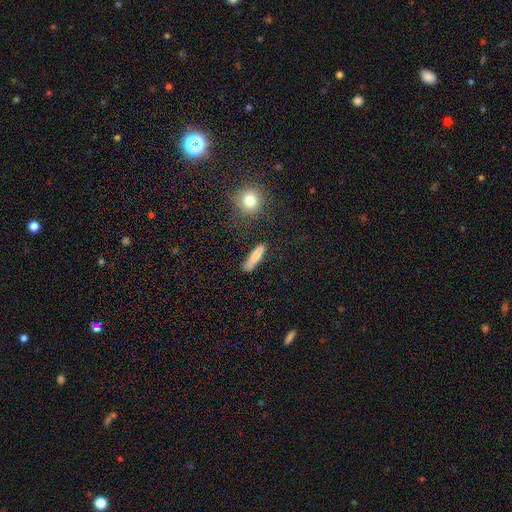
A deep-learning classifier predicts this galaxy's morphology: A smooth galaxy with no disk features (80%) that is cigar-shaped (81%). Merging: none (81%).